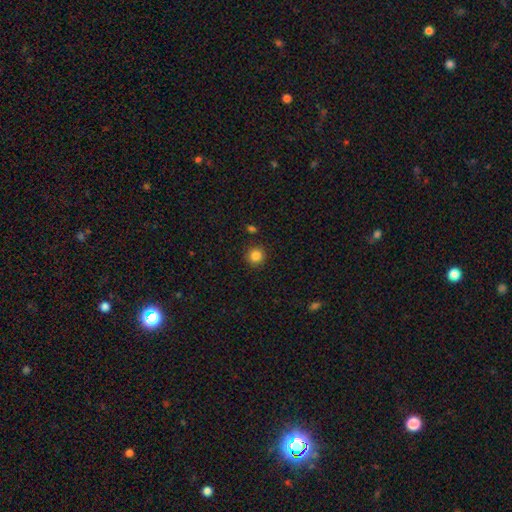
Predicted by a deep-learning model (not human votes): Morphology: type=smooth (85%); roundness=round (93%); merging=none (90%).